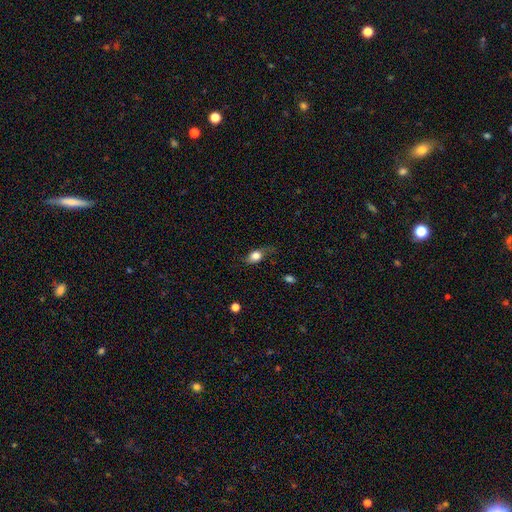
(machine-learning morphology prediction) Smooth or featured? Predicted: smooth (p=0.75). How rounded? Predicted: in between (p=0.74). Merging? Predicted: none (p=0.57).